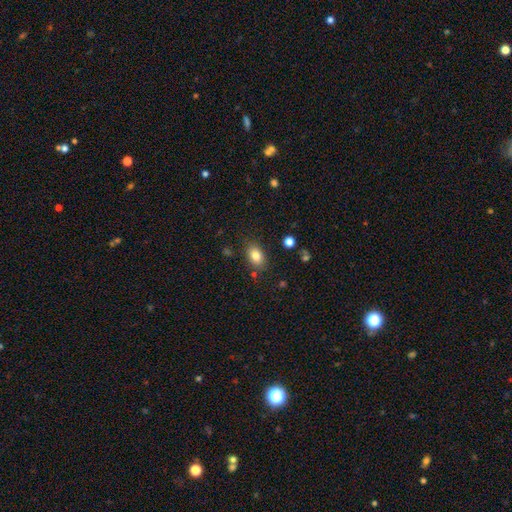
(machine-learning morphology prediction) smooth 82%, star or artifact 9%, featured or disk 8%. Down the decision tree: how rounded — in between (82%); merging — none (82%).